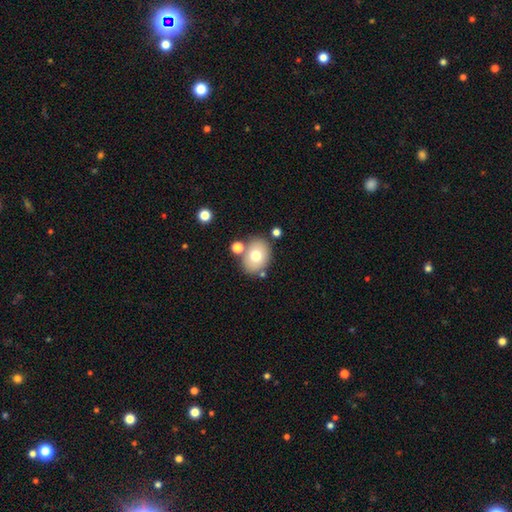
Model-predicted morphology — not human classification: Smooth or featured? smooth (71%)
How rounded? in between (57%)
Merging? none (75%)